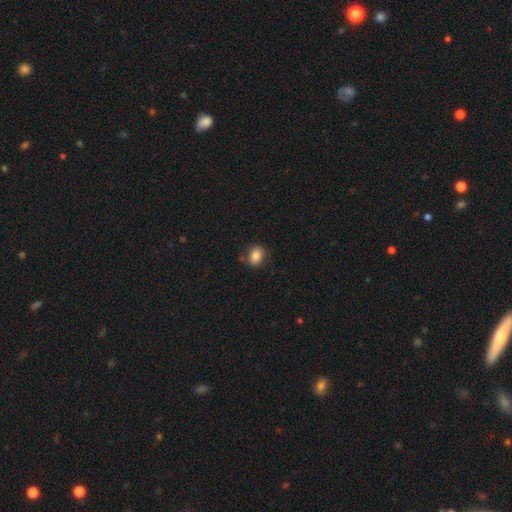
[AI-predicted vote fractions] This is clearly a smooth galaxy (82%). How rounded: possibly in between (57%). Merging: likely none (77%).